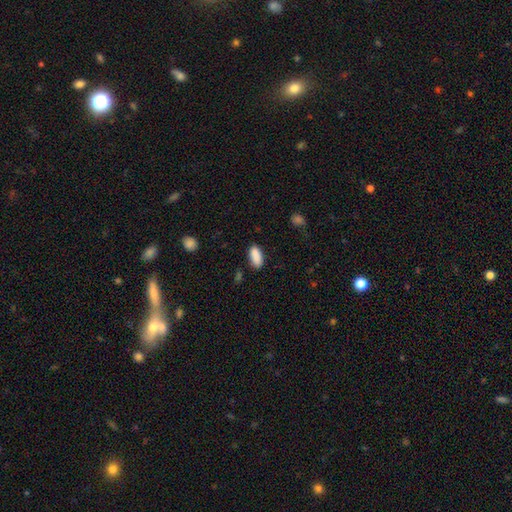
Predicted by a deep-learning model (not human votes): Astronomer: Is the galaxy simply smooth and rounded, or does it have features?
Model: smooth — 89%.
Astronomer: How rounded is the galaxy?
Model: in between — 89%.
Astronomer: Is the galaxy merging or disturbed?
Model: none — 84%.